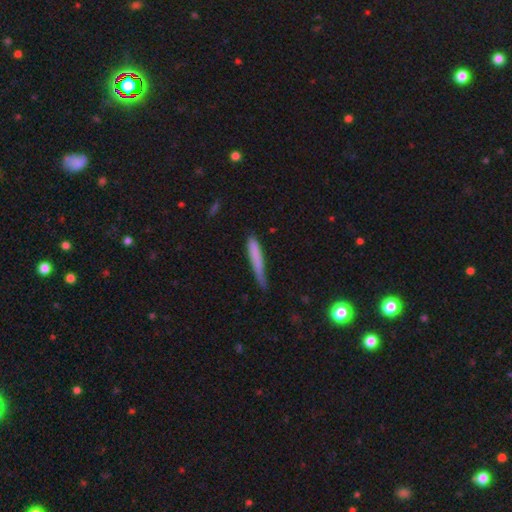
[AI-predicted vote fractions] Overall: smooth (73%). How rounded: cigar-shaped (94%). Merging: none (55%; minor disturbance 34%).